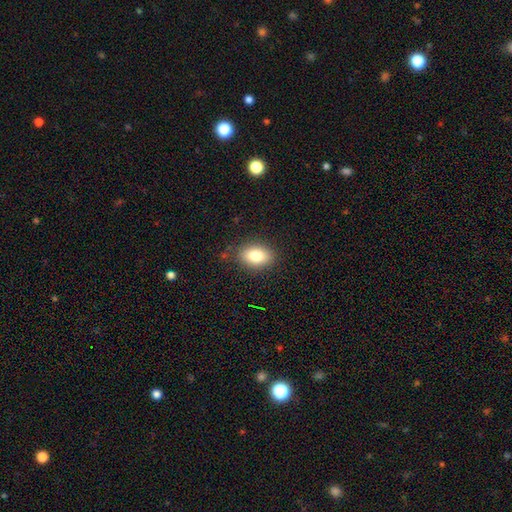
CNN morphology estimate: A smooth galaxy with no disk features (80%) that is in between round and cigar-shaped (81%). Merging: none (84%).